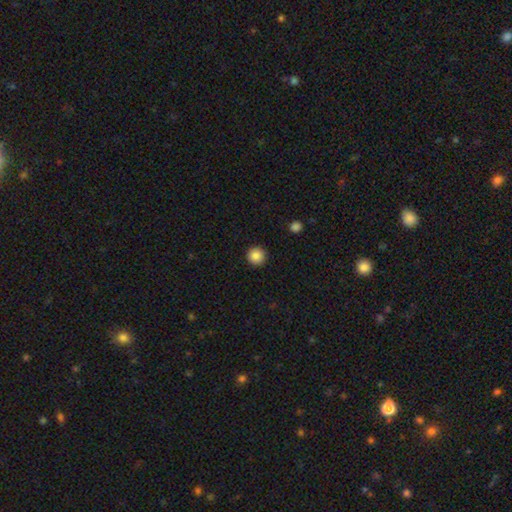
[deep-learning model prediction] Overall: smooth (87%). How rounded: round (96%). Merging: none (93%).